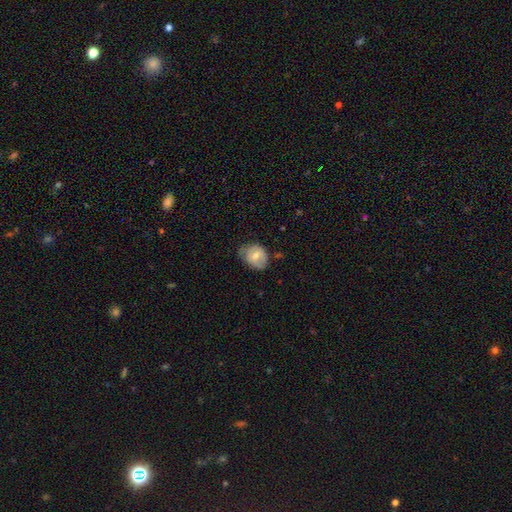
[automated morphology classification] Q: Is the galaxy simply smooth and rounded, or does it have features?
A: smooth — 65%.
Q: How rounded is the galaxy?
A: in between — 54%.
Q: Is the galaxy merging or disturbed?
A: none — 53%.